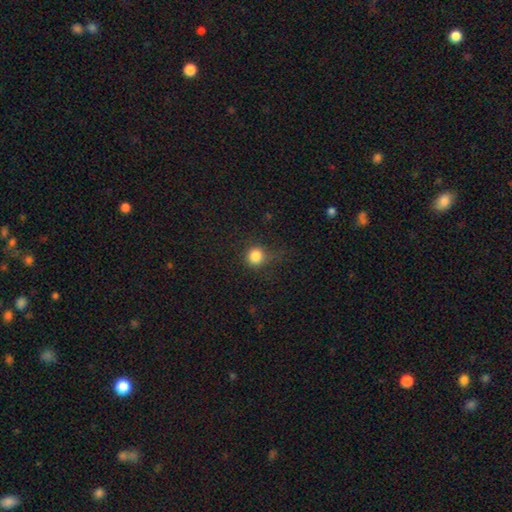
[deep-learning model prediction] This is clearly a smooth galaxy (83%). How rounded: clearly round (90%). Merging: likely none (71%).